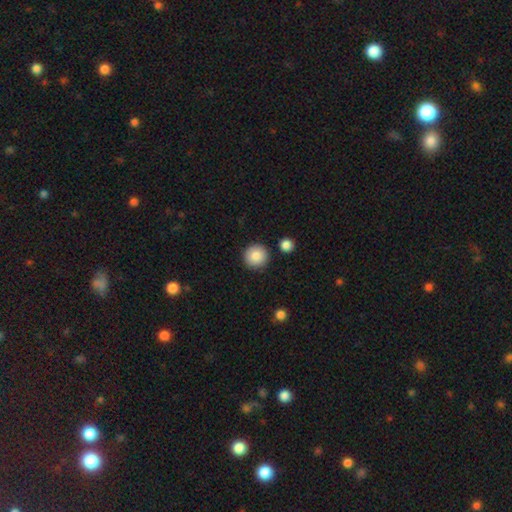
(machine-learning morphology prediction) This appears to be a smooth galaxy with no disk features (86%) that is round (95%). Merging: none (89%).